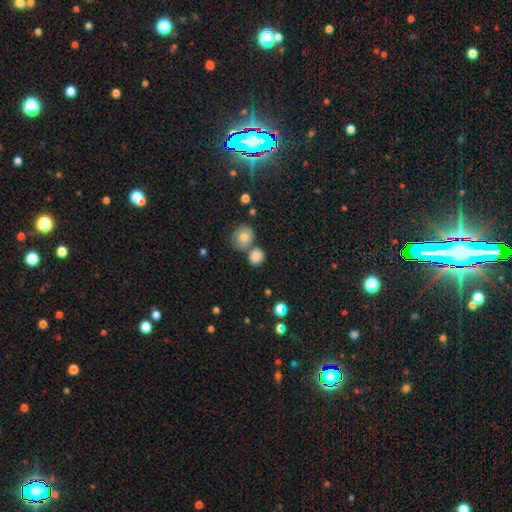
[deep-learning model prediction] Smooth or featured?
  - smooth: 81% *
  - star or artifact: 10%
  - featured or disk: 9%
How rounded?
  - round: 75% *
  - in between: 24%
  - cigar-shaped: 1%
Merging?
  - none: 57% *
  - merger: 29%
  - minor disturbance: 11%
  - major disturbance: 4%